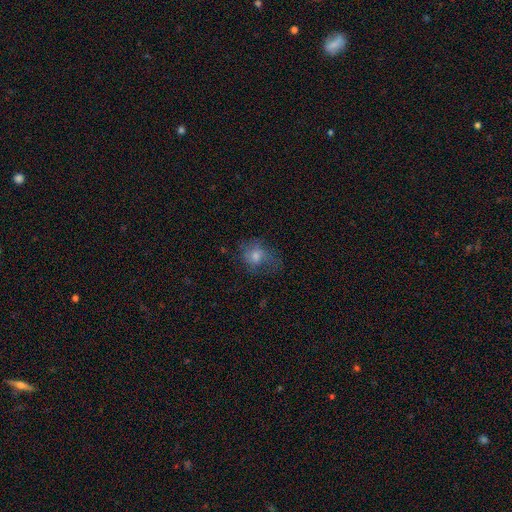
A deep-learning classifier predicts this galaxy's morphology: Smooth or featured: smooth — 63% (featured or disk — 25%)
How rounded: round — 51% (in between — 48%)
Merging: none — 45% (major disturbance — 27%)